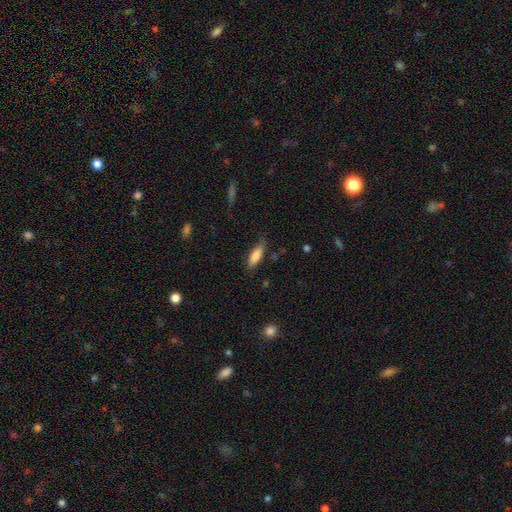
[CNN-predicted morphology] smooth-or-featured: smooth: 83% | featured or disk: 11% | star or artifact: 7%
  how-rounded: in between: 62% | cigar-shaped: 36% | round: 2%
  merging: none: 62% | minor disturbance: 29% | major disturbance: 7% | merger: 2%